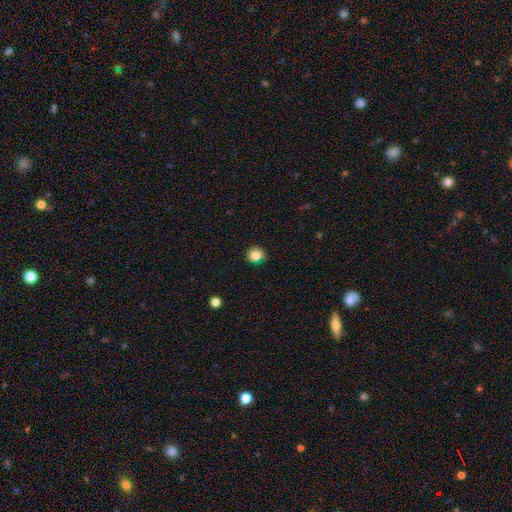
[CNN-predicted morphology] smooth_or_featured: smooth (p=0.84) [alt: star or artifact p=0.11]
how_rounded: round (p=0.90) [alt: in between p=0.09]
merging: none (p=0.85) [alt: minor disturbance p=0.11]